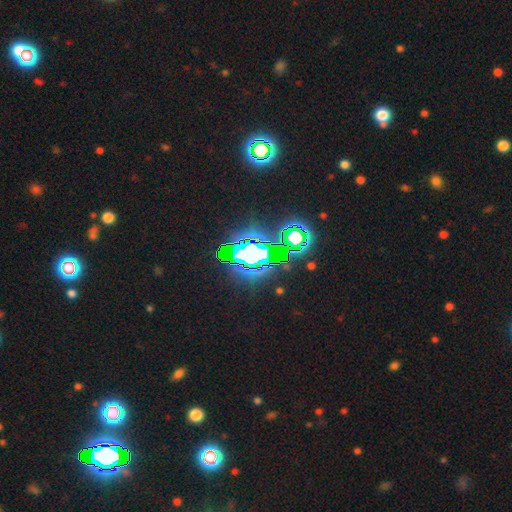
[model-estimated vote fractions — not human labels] Smooth or featured? star or artifact (71%)